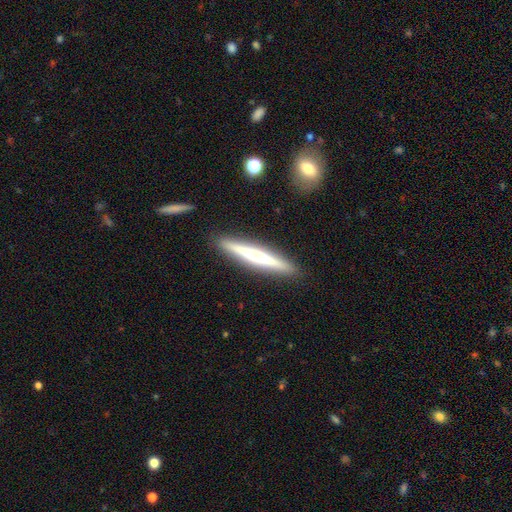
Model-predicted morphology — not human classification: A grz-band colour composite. It shows a featured or disk galaxy (53%) viewed edge-on (96%) with no central bulge (50%). Merging: none (90%).